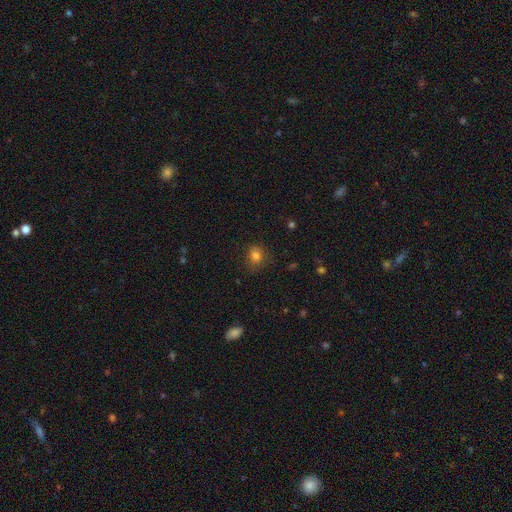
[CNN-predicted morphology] This appears to be a smooth galaxy with no disk features (79%) that is round (72%). Merging: none (75%).